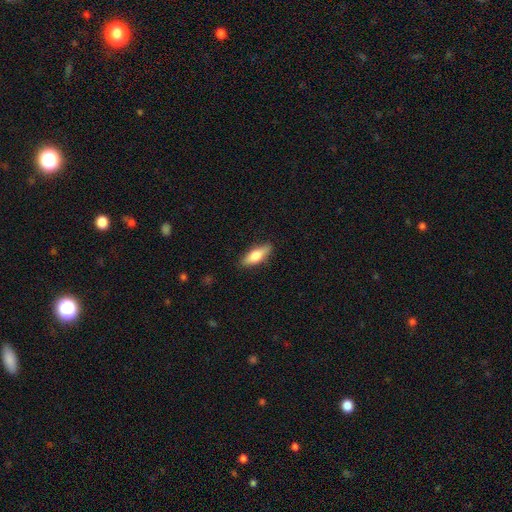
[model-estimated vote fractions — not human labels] smooth 69%, featured or disk 25%, star or artifact 6%. Down the decision tree: how rounded — in between (62%); merging — none (87%).